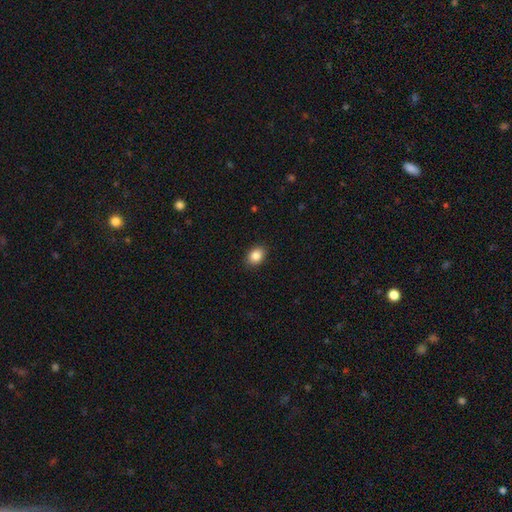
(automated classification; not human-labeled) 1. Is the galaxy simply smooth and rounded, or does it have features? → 87% smooth, 9% star or artifact, 5% featured or disk.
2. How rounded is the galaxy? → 67% in between, 32% round, 1% cigar-shaped.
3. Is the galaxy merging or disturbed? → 89% none, 8% minor disturbance, 2% major disturbance, 1% merger.